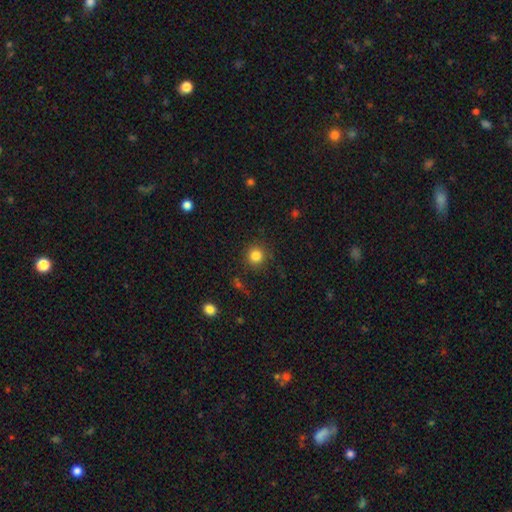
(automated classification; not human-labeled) A smooth galaxy with no disk features (83%) that is round (92%).

Vote fractions:
- Smooth or featured? smooth: 83% / star or artifact: 12% / featured or disk: 5%
- How rounded? round: 92% / in between: 7% / cigar-shaped: 1%
- Merging? none: 87% / minor disturbance: 8% / major disturbance: 3% / merger: 2%